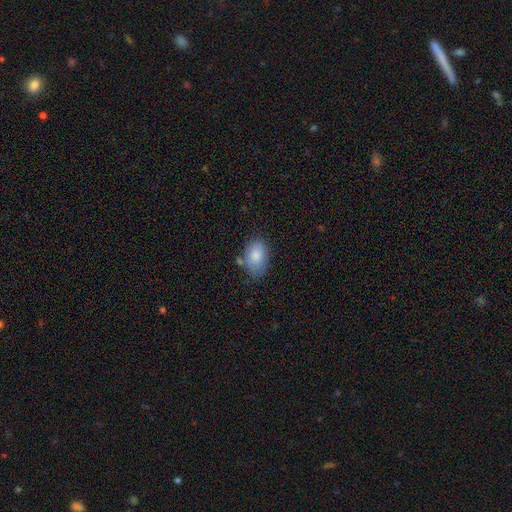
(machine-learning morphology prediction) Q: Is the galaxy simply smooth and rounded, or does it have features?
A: smooth — 85%.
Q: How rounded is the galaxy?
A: in between — 89%.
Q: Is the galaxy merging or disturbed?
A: none — 65%.